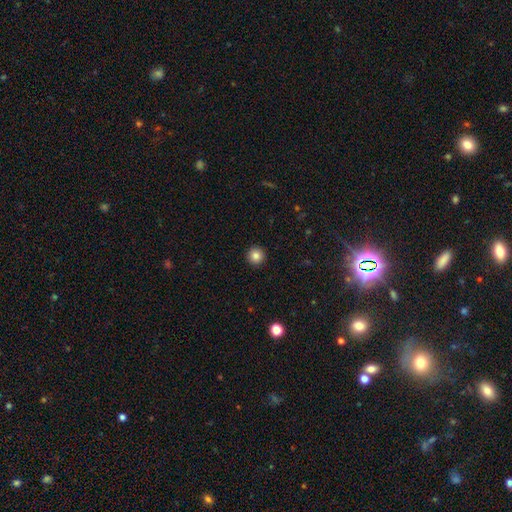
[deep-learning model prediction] Q: Smooth or featured?
A: smooth (85%); runner-up: star or artifact (10%)
Q: How rounded?
A: round (96%); runner-up: in between (3%)
Q: Merging?
A: none (94%); runner-up: minor disturbance (4%)